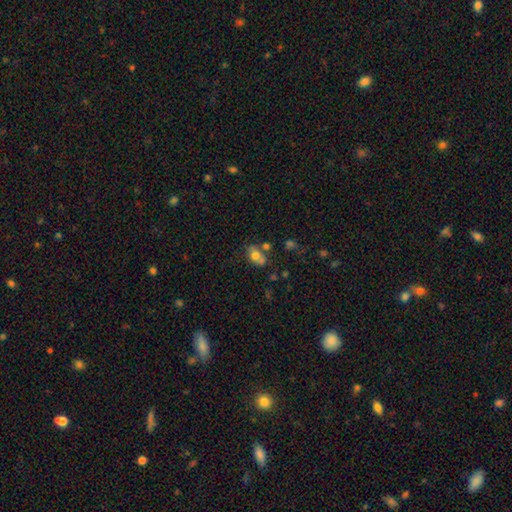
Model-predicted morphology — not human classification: Smooth or featured: smooth — 66% (featured or disk — 23%)
How rounded: in between — 71% (round — 28%)
Merging: none — 46% (merger — 29%)